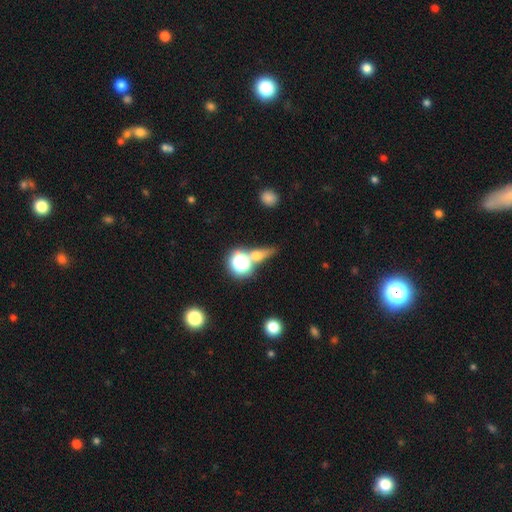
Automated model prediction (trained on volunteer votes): Morphology: type=smooth (51%); roundness=round (48%); merging=none (58%).